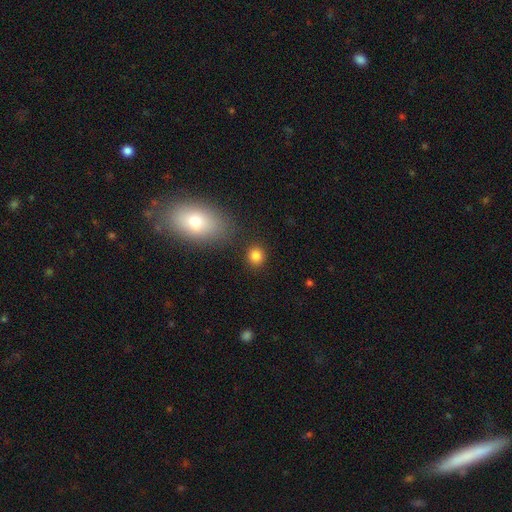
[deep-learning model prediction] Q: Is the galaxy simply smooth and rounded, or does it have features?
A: smooth — 83%.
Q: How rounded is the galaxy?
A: round — 84%.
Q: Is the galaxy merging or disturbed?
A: none — 86%.